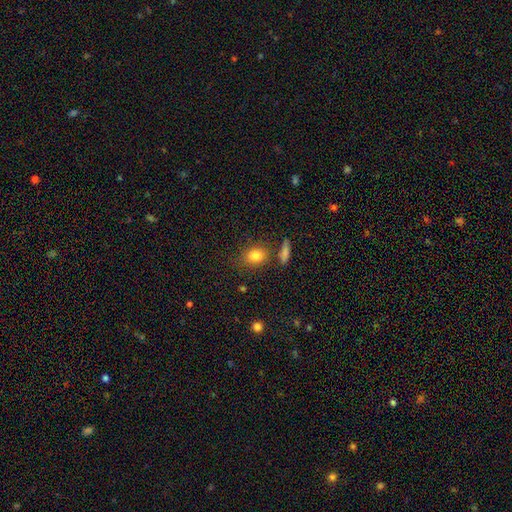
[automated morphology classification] smooth 82%, star or artifact 9%, featured or disk 8%. Down the decision tree: how rounded — in between (54%); merging — none (73%).